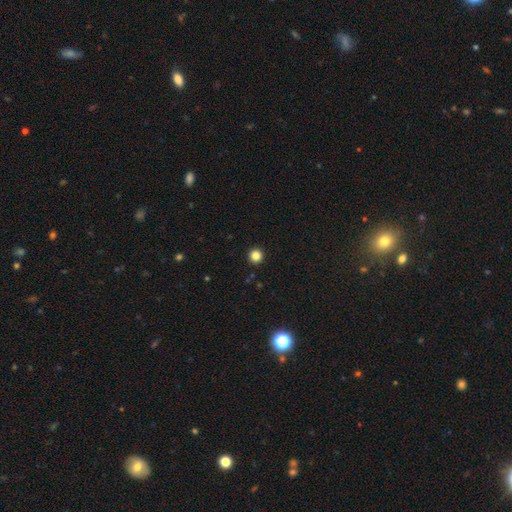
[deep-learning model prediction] Smooth or featured?
  - smooth: 83% *
  - star or artifact: 13%
  - featured or disk: 4%
How rounded?
  - round: 95% *
  - in between: 4%
  - cigar-shaped: 1%
Merging?
  - none: 93% *
  - minor disturbance: 4%
  - major disturbance: 1%
  - merger: 1%